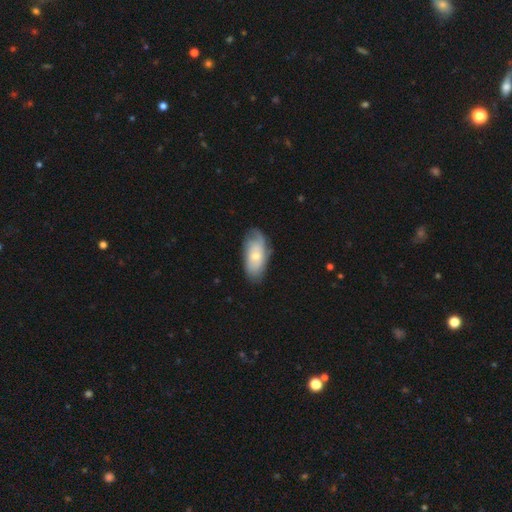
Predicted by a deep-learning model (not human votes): Morphology: type=smooth (49%); merging=none (65%).